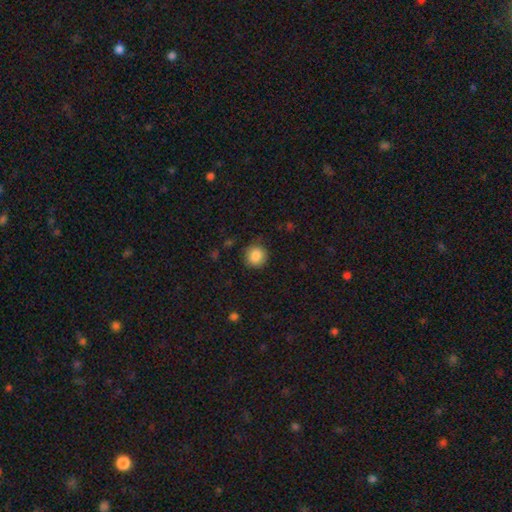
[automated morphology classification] smooth-or-featured: smooth: 87% | star or artifact: 9% | featured or disk: 4%
  how-rounded: round: 93% | in between: 6% | cigar-shaped: 1%
  merging: none: 88% | minor disturbance: 9% | major disturbance: 2% | merger: 1%